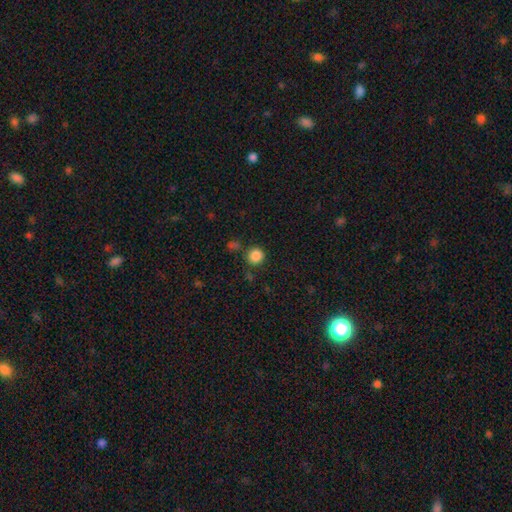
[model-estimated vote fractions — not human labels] Q: Smooth or featured?
A: smooth (85%); runner-up: star or artifact (11%)
Q: How rounded?
A: round (92%); runner-up: in between (7%)
Q: Merging?
A: none (82%); runner-up: minor disturbance (8%)